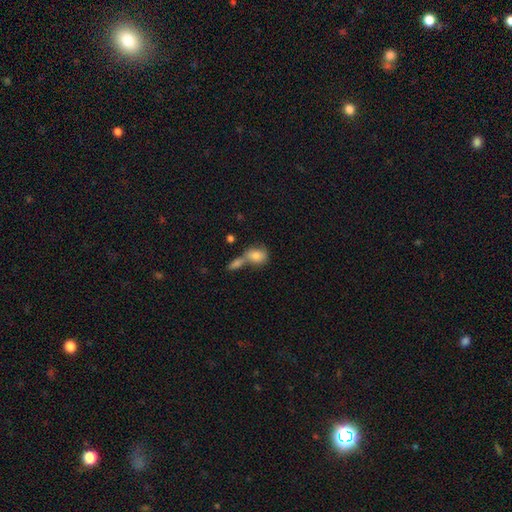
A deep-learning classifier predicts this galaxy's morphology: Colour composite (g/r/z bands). It shows a smooth galaxy with no disk features (80%) that is in between round and cigar-shaped (60%). Merging: merger (49%).